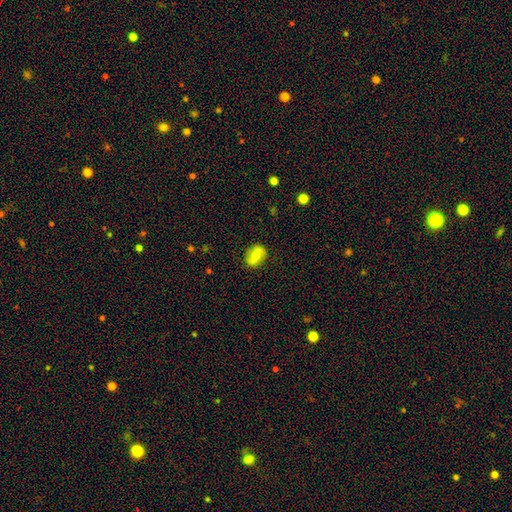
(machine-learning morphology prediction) This appears to be a smooth galaxy with no disk features (55%) that is in between round and cigar-shaped (70%). Merging: none (84%).